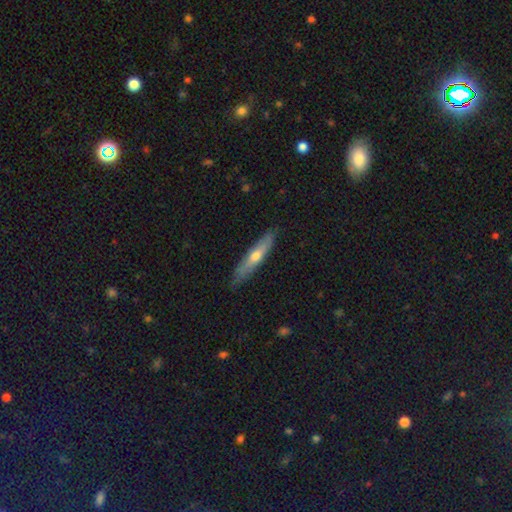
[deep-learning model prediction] This appears to be a featured or disk galaxy (49%). Merging: none (84%).